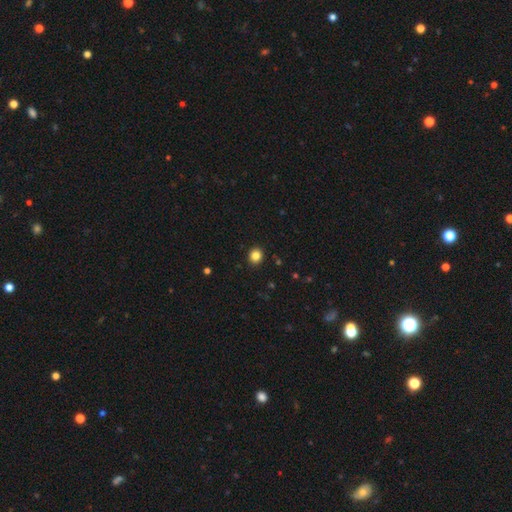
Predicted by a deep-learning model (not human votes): smooth-or-featured: smooth: 84% | star or artifact: 12% | featured or disk: 5%
  how-rounded: round: 80% | in between: 19% | cigar-shaped: 1%
  merging: none: 92% | minor disturbance: 6% | major disturbance: 2% | merger: 1%